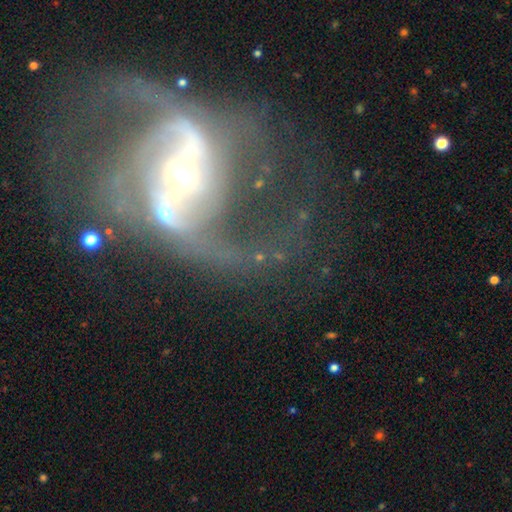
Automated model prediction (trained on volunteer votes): Smooth or featured?
  - featured or disk: 88% *
  - star or artifact: 7%
  - smooth: 4%
Edge-on disk?
  - no: 97% *
  - yes: 3%
Bar?
  - strong: 41% *
  - weak: 34%
  - no: 25%
Spiral arms?
  - yes: 95% *
  - no: 5%
Spiral winding?
  - loose: 52% *
  - medium: 38%
  - tight: 10%
Spiral arm count?
  - 2: 82% *
  - can't tell: 5%
  - 3: 4%
  - 1: 4%
  - 4: 2%
  - more than 4: 2%
Bulge size?
  - small: 55% *
  - moderate: 36%
  - large: 5%
  - none: 2%
  - dominant: 2%
Merging?
  - none: 46% *
  - major disturbance: 27%
  - minor disturbance: 14%
  - merger: 14%